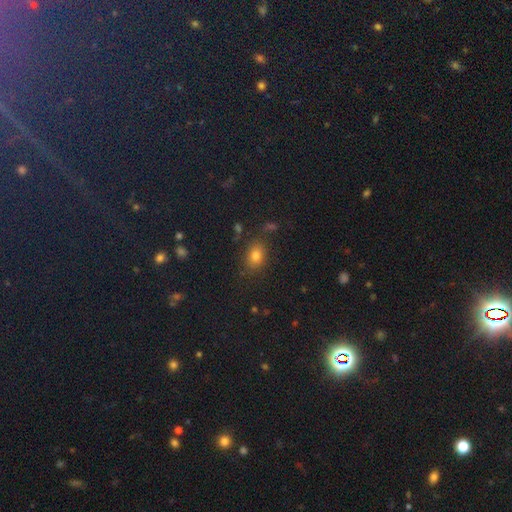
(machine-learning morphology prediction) Smooth or featured? smooth (76%)
How rounded? in between (66%)
Merging? none (80%)